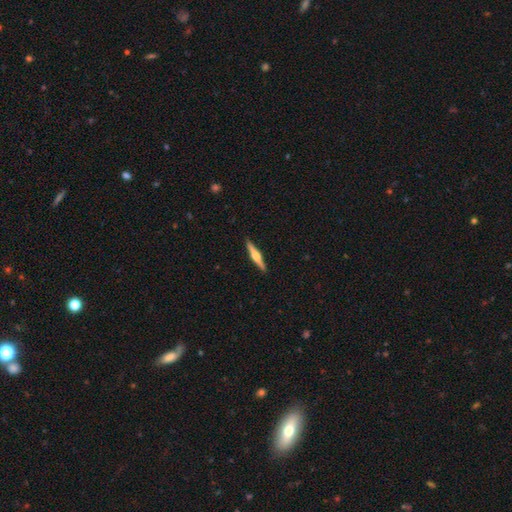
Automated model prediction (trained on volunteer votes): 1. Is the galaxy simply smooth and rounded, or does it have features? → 70% featured or disk, 25% smooth, 5% star or artifact.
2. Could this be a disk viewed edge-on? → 98% yes, 2% no.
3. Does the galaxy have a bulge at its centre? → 91% rounded, 6% boxy, 3% none.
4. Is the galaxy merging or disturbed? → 92% none, 6% minor disturbance, 1% major disturbance, 1% merger.